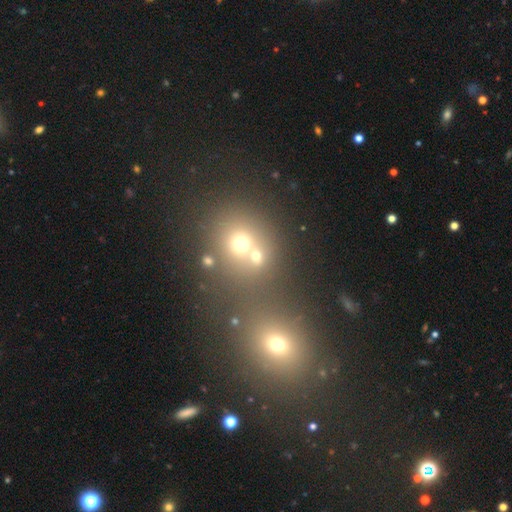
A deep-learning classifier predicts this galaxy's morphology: type=smooth (64%); roundness=round (77%); merging=none (47%).